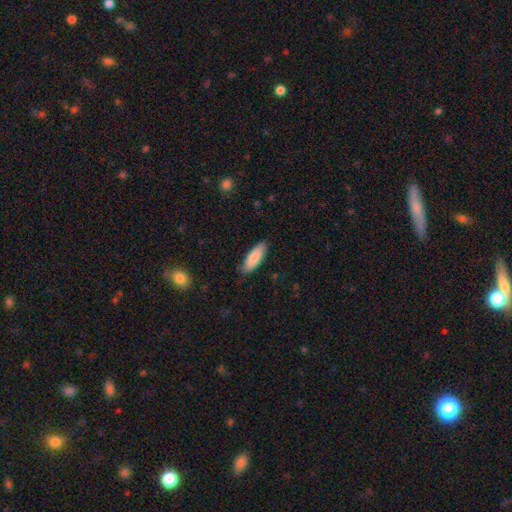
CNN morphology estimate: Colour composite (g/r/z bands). It shows a smooth galaxy with no disk features (85%) that is in between round and cigar-shaped (59%). Merging: none (83%).